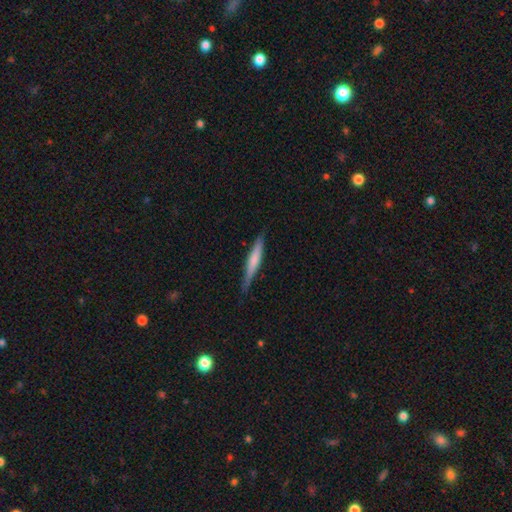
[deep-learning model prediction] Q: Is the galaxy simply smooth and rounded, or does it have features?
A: smooth — 51%.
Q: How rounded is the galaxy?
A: cigar-shaped — 94%.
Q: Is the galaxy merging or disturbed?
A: none — 83%.